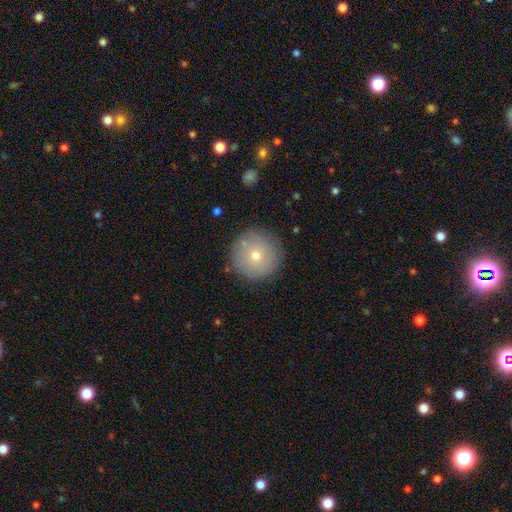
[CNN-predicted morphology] The model was most divided on "smooth or featured": smooth: 69%, featured or disk: 21%, star or artifact: 11%. More confident: how rounded — round (96%); merging — none (89%).